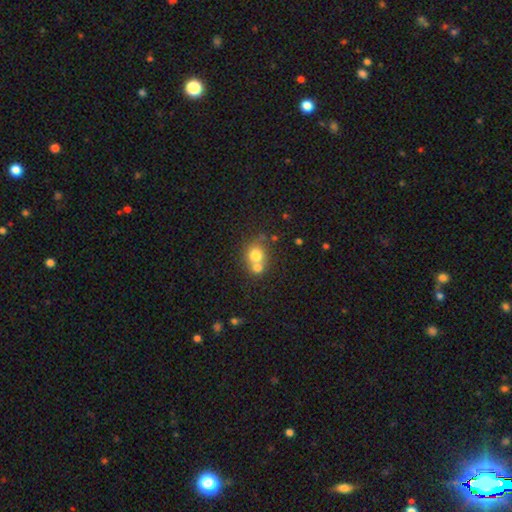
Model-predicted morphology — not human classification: smooth-or-featured: smooth: 73% | featured or disk: 16% | star or artifact: 11%
  how-rounded: round: 80% | in between: 19% | cigar-shaped: 1%
  merging: merger: 58% | none: 33% | minor disturbance: 6% | major disturbance: 3%